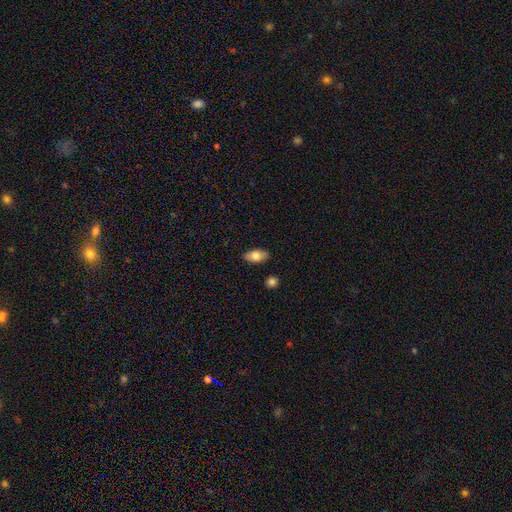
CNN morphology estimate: Smooth or featured? smooth (77%)
How rounded? in between (91%)
Merging? none (87%)